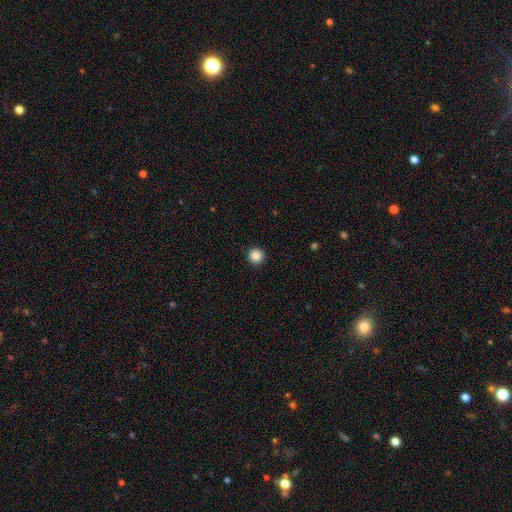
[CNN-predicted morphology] A smooth galaxy with no disk features (86%) that is round (96%).

Vote fractions:
- Smooth or featured? smooth: 86% / star or artifact: 10% / featured or disk: 4%
- How rounded? round: 96% / in between: 3% / cigar-shaped: 1%
- Merging? none: 94% / minor disturbance: 4% / major disturbance: 2% / merger: 1%